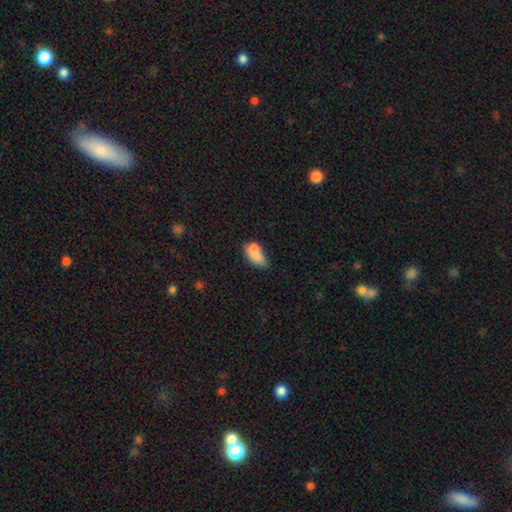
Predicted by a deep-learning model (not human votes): smooth-or-featured: smooth: 73% | featured or disk: 17% | star or artifact: 10%
  how-rounded: in between: 85% | round: 8% | cigar-shaped: 7%
  merging: merger: 29% | none: 27% | minor disturbance: 27% | major disturbance: 17%